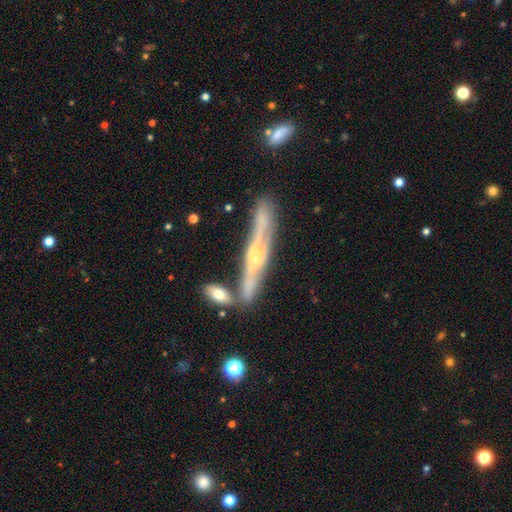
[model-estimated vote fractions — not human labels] Smooth or featured: featured or disk — 77% (smooth — 16%)
Edge-on disk: yes — 92% (no — 8%)
Edge-on bulge: rounded — 64% (boxy — 20%)
Merging: none — 68% (minor disturbance — 14%)